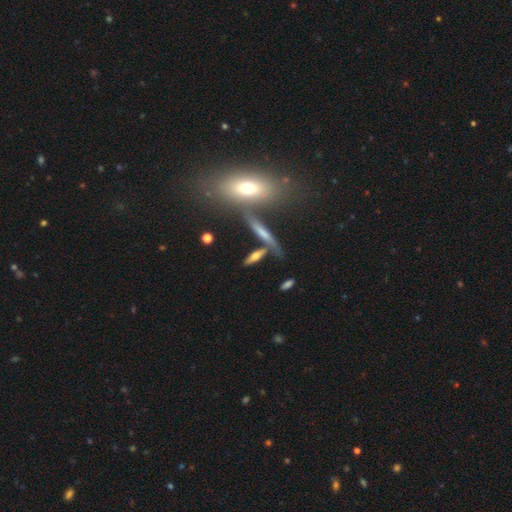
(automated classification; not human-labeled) Smooth or featured: smooth — 58% (featured or disk — 33%)
How rounded: cigar-shaped — 61% (in between — 35%)
Merging: none — 58% (merger — 23%)